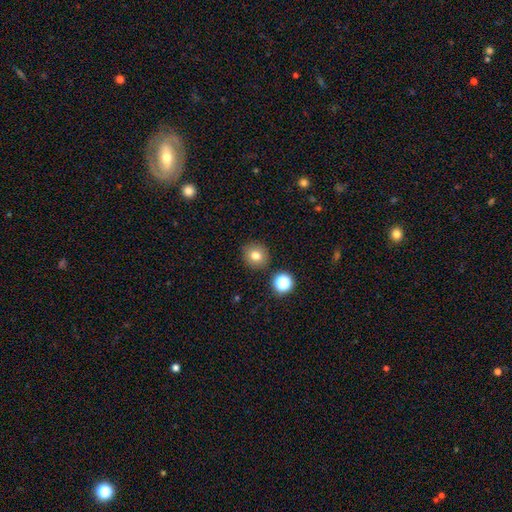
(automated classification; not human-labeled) This appears to be a smooth galaxy with no disk features (78%) that is round (91%). Merging: none (88%).